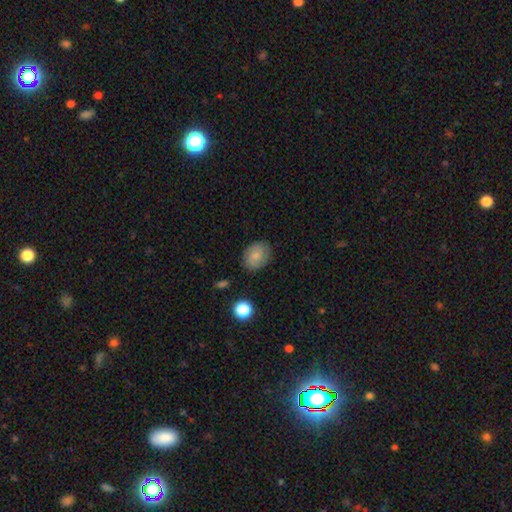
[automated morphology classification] Smooth or featured?
  - smooth: 75% *
  - featured or disk: 17%
  - star or artifact: 8%
How rounded?
  - in between: 57% *
  - round: 42%
  - cigar-shaped: 1%
Merging?
  - none: 82% *
  - minor disturbance: 13%
  - major disturbance: 3%
  - merger: 2%